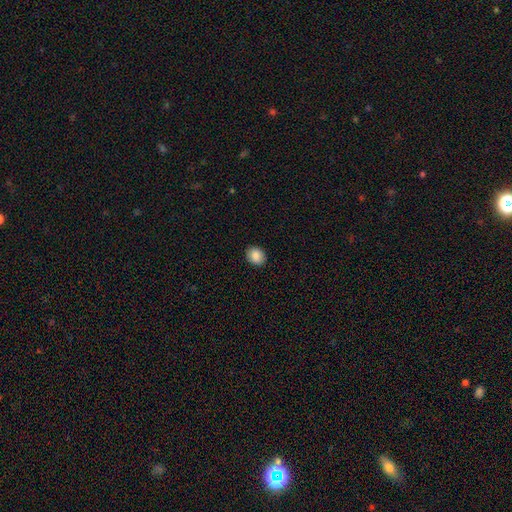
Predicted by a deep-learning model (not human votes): smooth_or_featured: smooth (p=0.88) [alt: star or artifact p=0.08]
how_rounded: round (p=0.57) [alt: in between p=0.42]
merging: none (p=0.91) [alt: minor disturbance p=0.07]